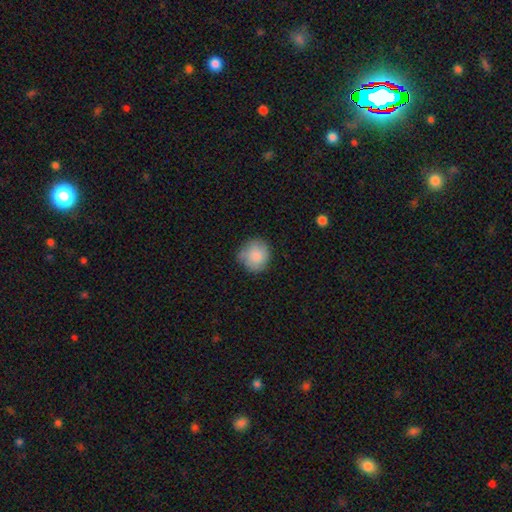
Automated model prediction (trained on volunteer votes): smooth-or-featured: smooth: 86% | featured or disk: 7% | star or artifact: 7%
  how-rounded: round: 90% | in between: 9% | cigar-shaped: 1%
  merging: none: 74% | minor disturbance: 20% | major disturbance: 4% | merger: 2%